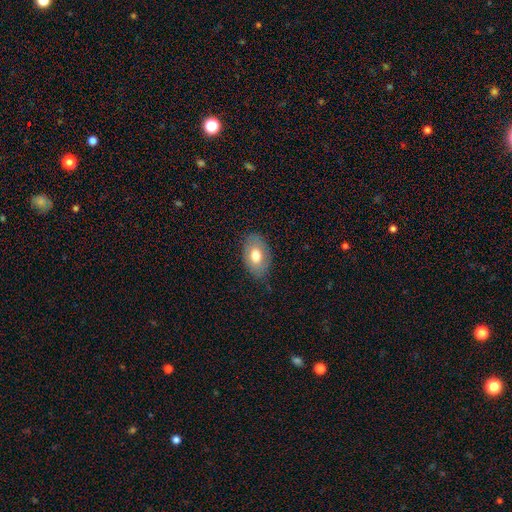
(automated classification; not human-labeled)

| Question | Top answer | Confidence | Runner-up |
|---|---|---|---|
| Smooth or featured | smooth | 73% | featured or disk (20%) |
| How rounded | in between | 89% | round (10%) |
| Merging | none | 77% | minor disturbance (18%) |